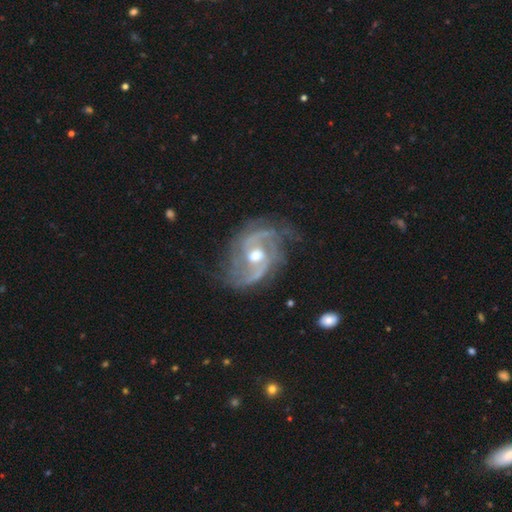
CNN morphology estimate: A featured or disk galaxy (91%) with no bar (46%), 2 (68%) medium (51%) spiral arms (97%) and a moderate central bulge (73%).

Vote fractions:
- Smooth or featured? featured or disk: 91% / star or artifact: 5% / smooth: 4%
- Edge-on disk? no: 97% / yes: 3%
- Bar? no: 46% / weak: 41% / strong: 13%
- Spiral arms? yes: 97% / no: 3%
- Spiral winding? medium: 51% / tight: 29% / loose: 19%
- Spiral arm count? 2: 68% / 3: 12% / can't tell: 9% / 4: 4% / 1: 4% / more than 4: 3%
- Bulge size? moderate: 73% / large: 17% / small: 8% / none: 1% / dominant: 1%
- Merging? none: 67% / minor disturbance: 20% / major disturbance: 11% / merger: 2%